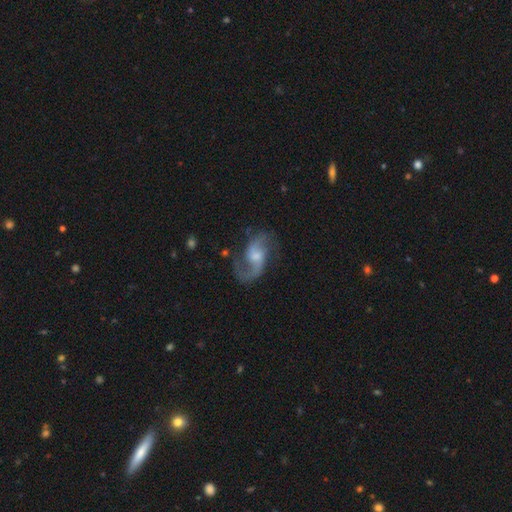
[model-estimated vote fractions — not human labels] The model was most divided on "bar": no: 47%, weak: 44%, strong: 9%. Remaining: edge-on disk — no (97%); spiral arms — yes (97%); spiral arm count — 2 (88%); smooth or featured — featured or disk (88%); merging — none (70%); spiral winding — loose (57%); bulge size — moderate (42%).